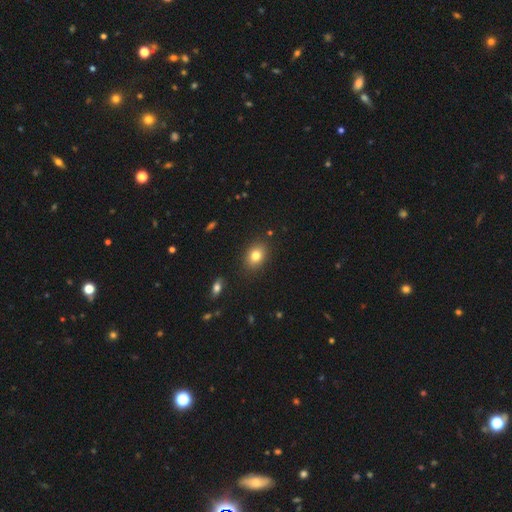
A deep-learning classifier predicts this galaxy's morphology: smooth_or_featured: smooth (p=0.80) [alt: star or artifact p=0.11]
how_rounded: in between (p=0.63) [alt: round p=0.36]
merging: none (p=0.86) [alt: minor disturbance p=0.10]